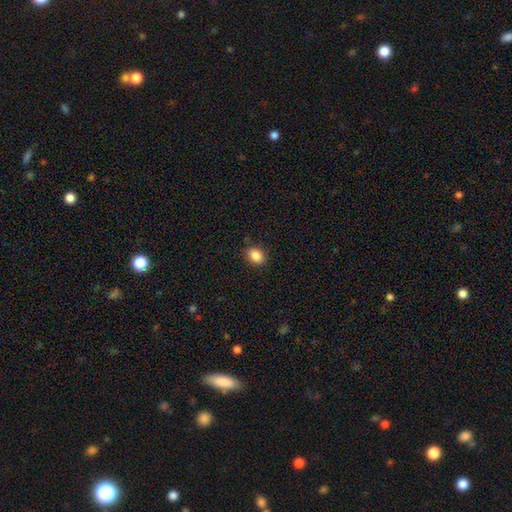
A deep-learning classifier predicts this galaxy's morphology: type=smooth (87%); roundness=in between (62%); merging=none (86%).